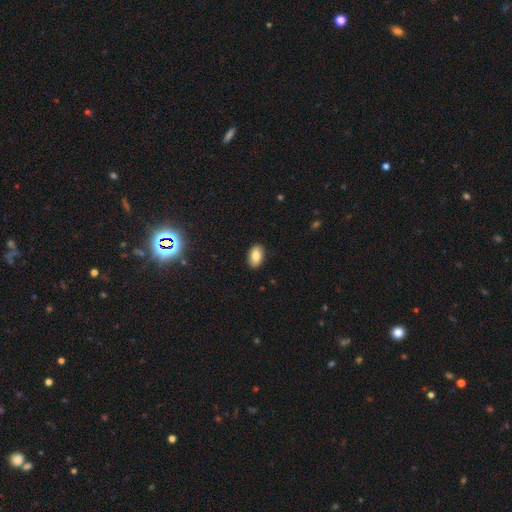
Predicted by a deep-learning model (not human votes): Smooth or featured? Predicted: smooth (p=0.81). How rounded? Predicted: in between (p=0.92). Merging? Predicted: none (p=0.89).